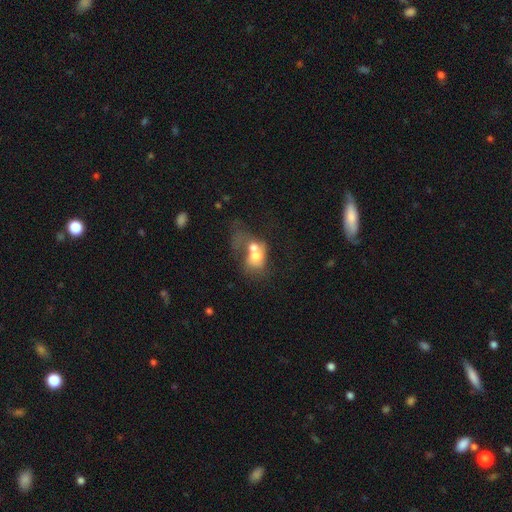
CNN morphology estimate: smooth 56%, featured or disk 34%, star or artifact 10%. Down the decision tree: how rounded — in between (57%); merging — merger (72%).